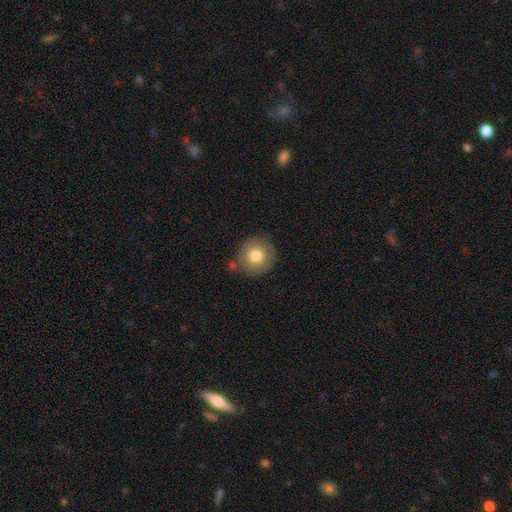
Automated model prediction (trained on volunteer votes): This is likely a smooth galaxy (78%). How rounded: clearly round (91%). Merging: likely none (76%).